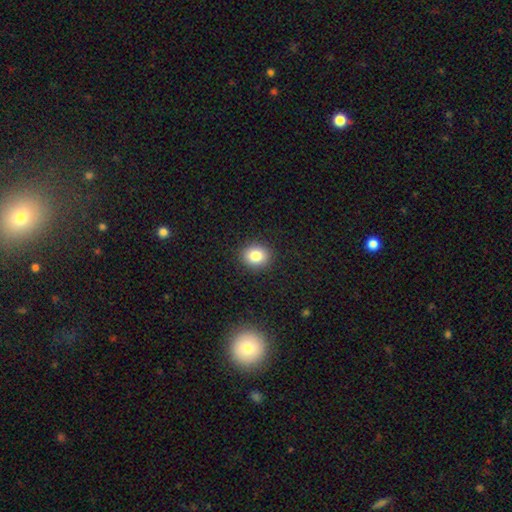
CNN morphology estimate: A smooth galaxy with no disk features (83%) that is round (68%). Merging: none (90%).